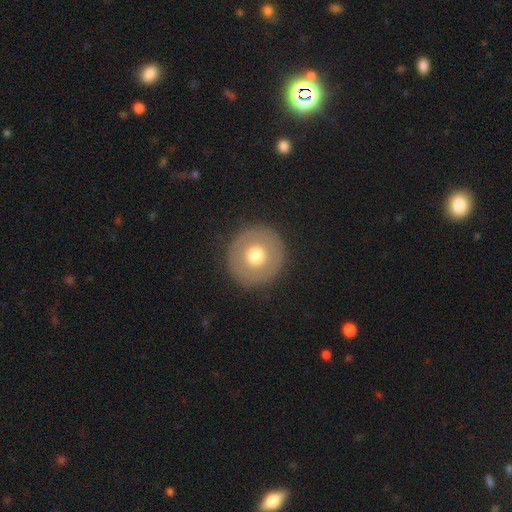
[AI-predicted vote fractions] Smooth or featured? smooth (61%)
How rounded? round (95%)
Merging? none (90%)